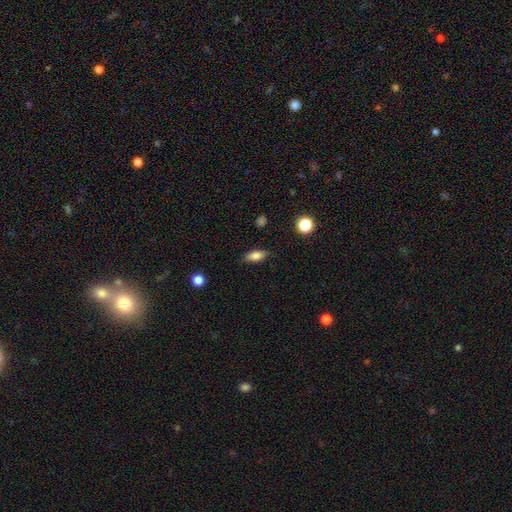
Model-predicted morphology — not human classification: This appears to be a smooth galaxy with no disk features (81%) that is in between round and cigar-shaped (80%). Merging: none (85%).